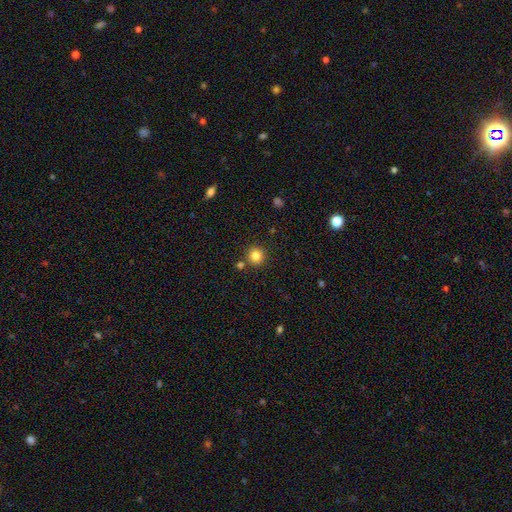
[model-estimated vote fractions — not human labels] Q: Smooth or featured?
A: smooth (83%); runner-up: star or artifact (12%)
Q: How rounded?
A: round (93%); runner-up: in between (6%)
Q: Merging?
A: none (85%); runner-up: merger (7%)